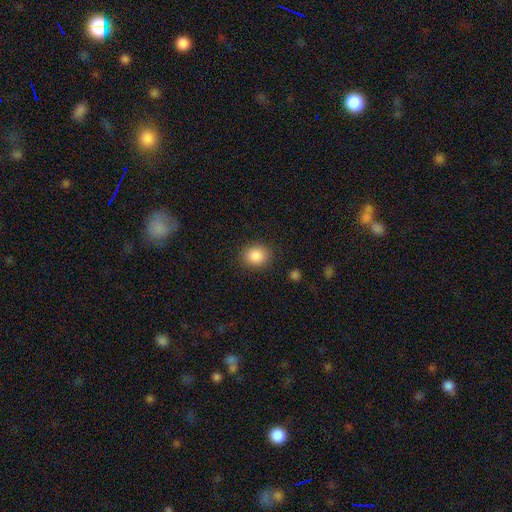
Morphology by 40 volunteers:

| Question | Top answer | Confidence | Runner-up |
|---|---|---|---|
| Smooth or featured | smooth | 98% | featured or disk (2%) |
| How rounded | round | 77% | in between (23%) |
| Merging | none | 88% | minor disturbance (8%) |